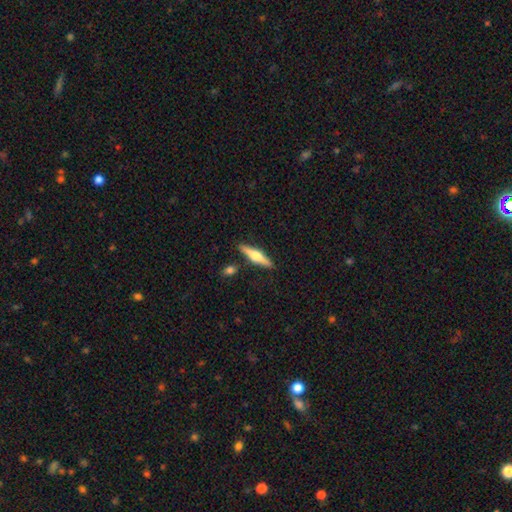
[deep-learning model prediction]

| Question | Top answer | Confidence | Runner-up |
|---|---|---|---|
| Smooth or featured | featured or disk | 60% | smooth (34%) |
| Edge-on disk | yes | 96% | no (4%) |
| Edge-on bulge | rounded | 93% | boxy (4%) |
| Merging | none | 86% | minor disturbance (8%) |